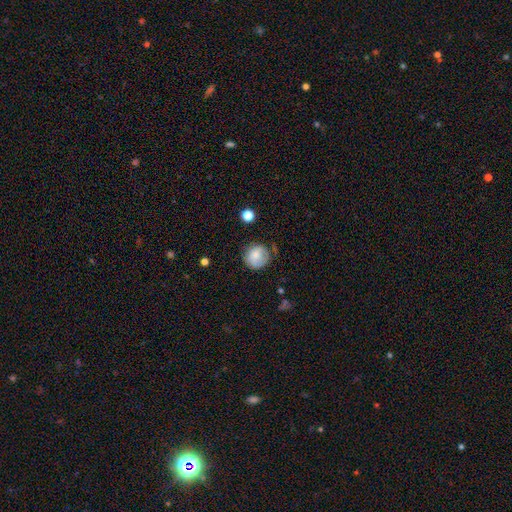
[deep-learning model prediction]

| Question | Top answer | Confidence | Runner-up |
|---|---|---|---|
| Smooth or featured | smooth | 77% | featured or disk (14%) |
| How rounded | round | 84% | in between (15%) |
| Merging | none | 60% | minor disturbance (28%) |